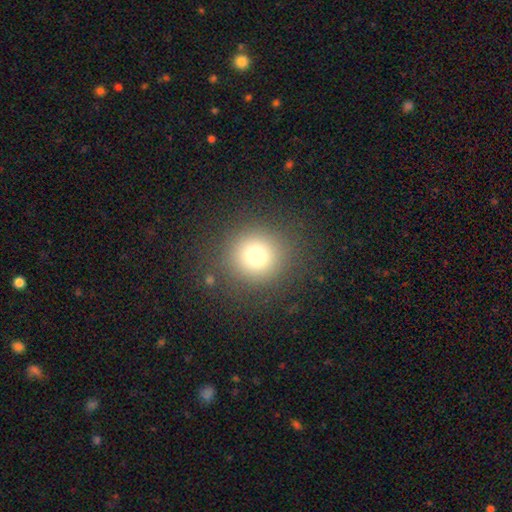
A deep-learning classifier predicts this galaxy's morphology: Smooth or featured? Predicted: smooth (p=0.75). How rounded? Predicted: round (p=0.94). Merging? Predicted: none (p=0.88).